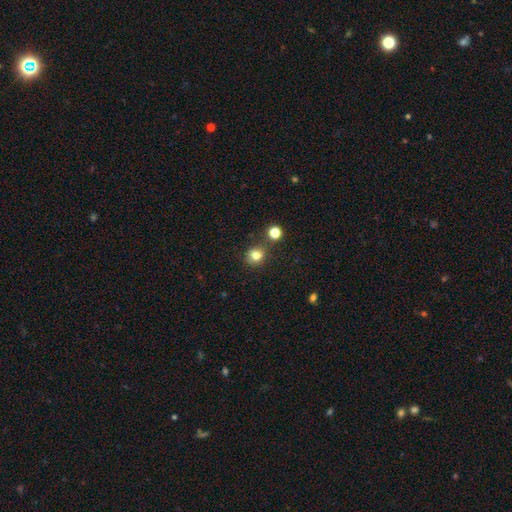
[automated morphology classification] smooth 80%, star or artifact 14%, featured or disk 7%. Down the decision tree: how rounded — round (84%); merging — none (78%).